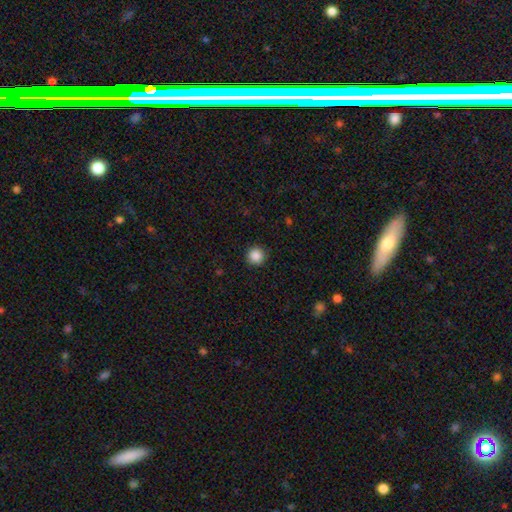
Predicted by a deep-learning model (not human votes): Smooth or featured? smooth (87%)
How rounded? round (96%)
Merging? none (92%)